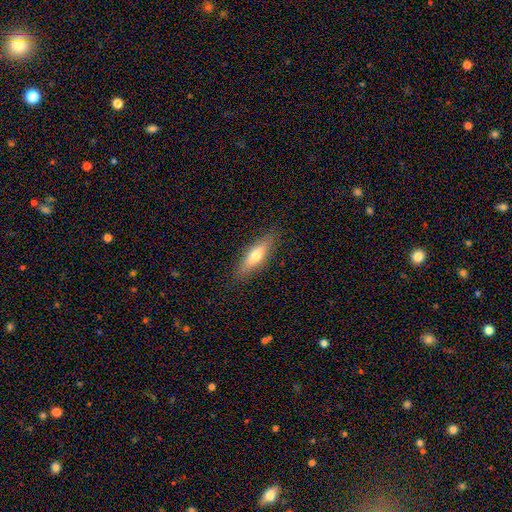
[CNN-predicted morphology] type=smooth (65%); roundness=cigar-shaped (50%); merging=none (87%).